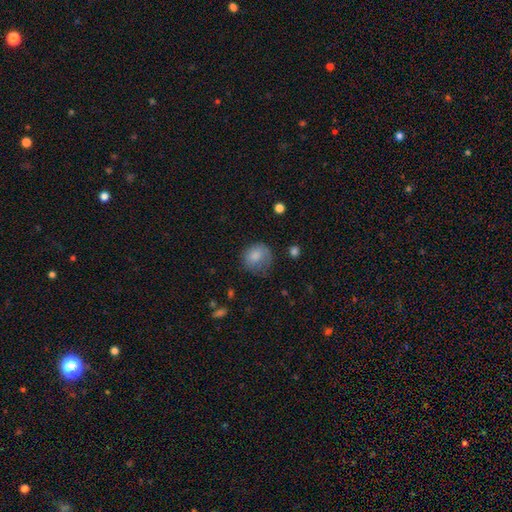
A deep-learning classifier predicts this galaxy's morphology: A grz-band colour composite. It shows a smooth galaxy with no disk features (79%) that is round (76%). Merging: none (49%).